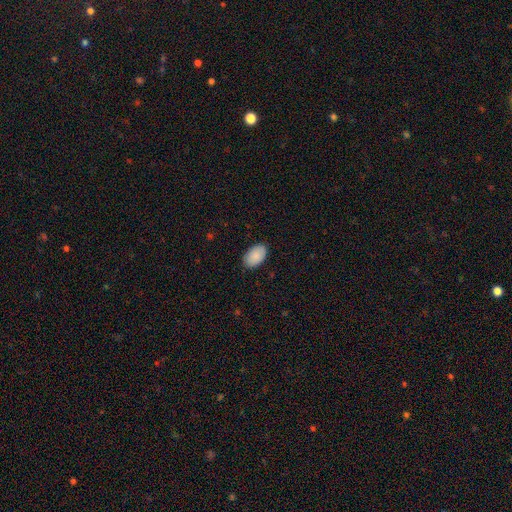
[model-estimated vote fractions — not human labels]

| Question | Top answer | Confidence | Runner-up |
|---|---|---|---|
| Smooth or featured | smooth | 90% | star or artifact (6%) |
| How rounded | in between | 94% | round (5%) |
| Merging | none | 87% | minor disturbance (10%) |